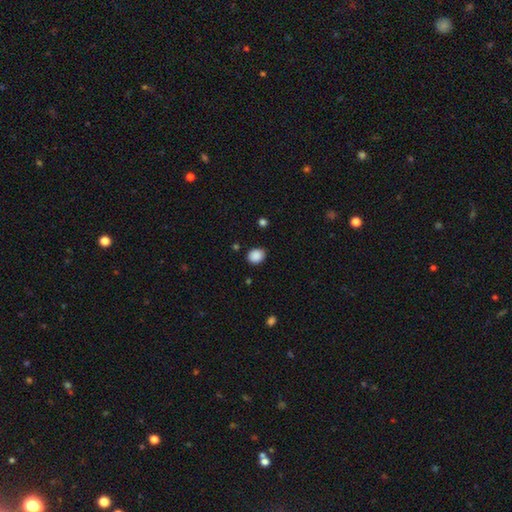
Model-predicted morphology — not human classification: Smooth or featured: smooth — 88% (star or artifact — 9%)
How rounded: round — 59% (in between — 40%)
Merging: none — 85% (minor disturbance — 11%)